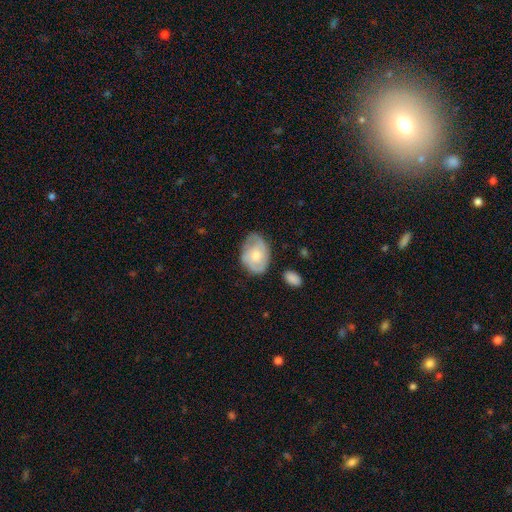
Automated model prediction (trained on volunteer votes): Overall: featured or disk (51%; smooth 43%). Edge-on disk: no (96%). Merging: none (59%; minor disturbance 29%).